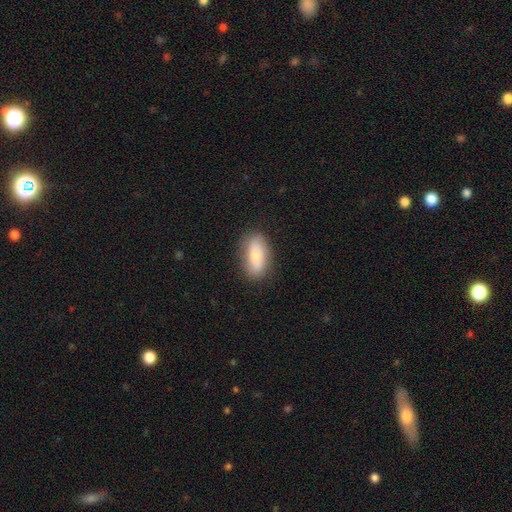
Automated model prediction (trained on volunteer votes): smooth-or-featured: smooth: 70% | featured or disk: 24% | star or artifact: 7%
  how-rounded: in between: 86% | cigar-shaped: 10% | round: 5%
  merging: none: 83% | minor disturbance: 12% | major disturbance: 3% | merger: 1%